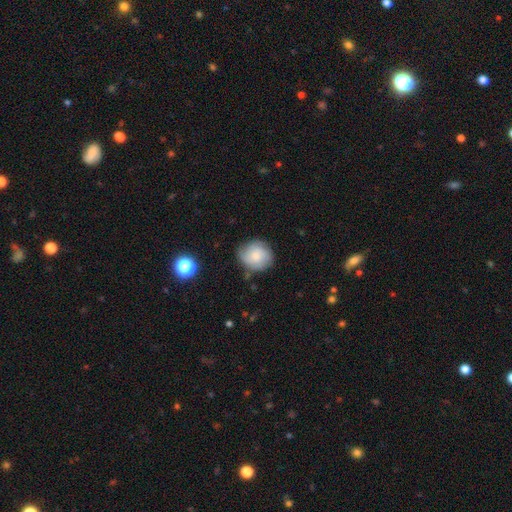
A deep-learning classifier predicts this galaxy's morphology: Smooth or featured? Predicted: smooth (p=0.68). How rounded? Predicted: round (p=0.82). Merging? Predicted: none (p=0.74).